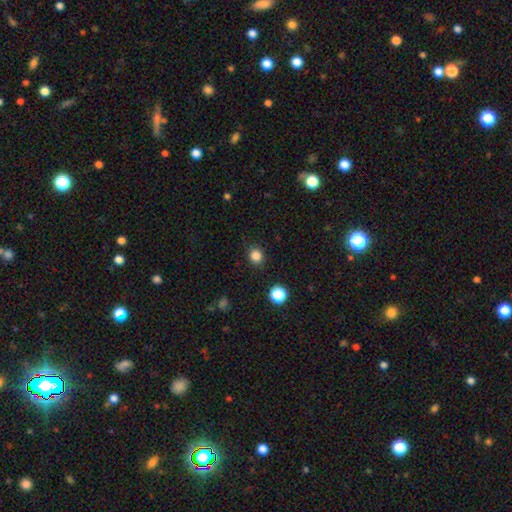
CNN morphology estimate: type=smooth (84%); roundness=round (77%); merging=none (87%).